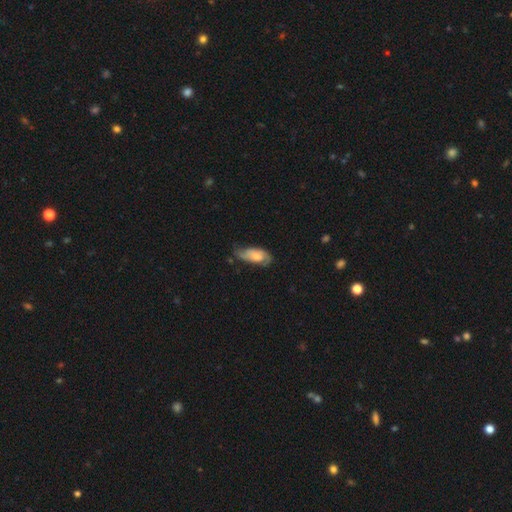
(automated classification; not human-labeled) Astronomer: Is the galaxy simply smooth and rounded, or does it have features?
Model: smooth — 51% (runner-up: featured or disk, 43%).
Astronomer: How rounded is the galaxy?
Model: in between — 83%.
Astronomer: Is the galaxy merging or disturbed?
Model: none — 46% (runner-up: minor disturbance, 38%).